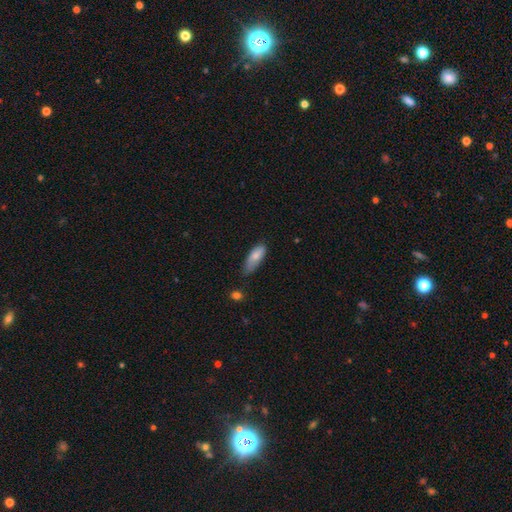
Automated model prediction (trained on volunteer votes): A smooth galaxy with no disk features (78%) that is in between round and cigar-shaped (74%).

Vote fractions:
- Smooth or featured? smooth: 78% / featured or disk: 15% / star or artifact: 6%
- How rounded? in between: 74% / cigar-shaped: 24% / round: 2%
- Merging? none: 49% / minor disturbance: 39% / major disturbance: 8% / merger: 3%